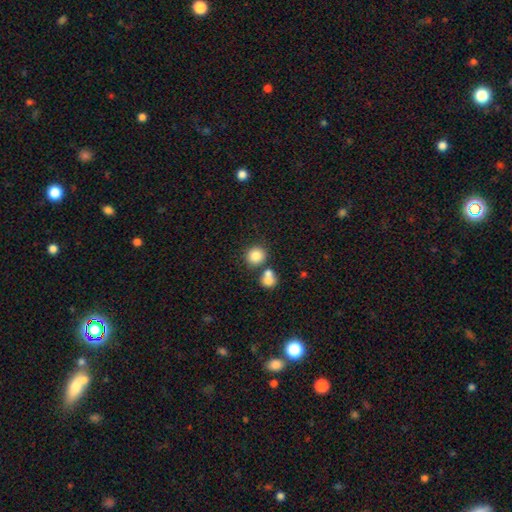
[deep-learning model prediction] smooth_or_featured: smooth (p=0.82) [alt: star or artifact p=0.10]
how_rounded: round (p=0.87) [alt: in between p=0.12]
merging: none (p=0.66) [alt: merger p=0.22]